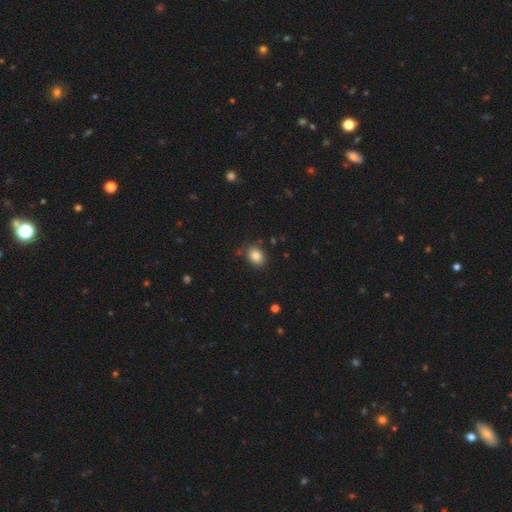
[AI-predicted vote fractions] A smooth galaxy with no disk features (84%) that is in between round and cigar-shaped (61%).

Vote fractions:
- Smooth or featured? smooth: 84% / star or artifact: 10% / featured or disk: 6%
- How rounded? in between: 61% / round: 39% / cigar-shaped: 1%
- Merging? none: 82% / minor disturbance: 13% / major disturbance: 3% / merger: 3%